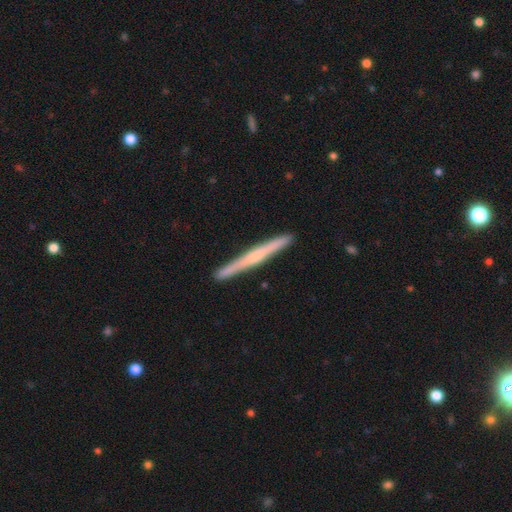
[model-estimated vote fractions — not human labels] This is possibly a featured or disk galaxy (60%). It is clearly viewed edge-on (98%). Edge-on bulge: possibly none (49%). Merging: clearly none (91%).